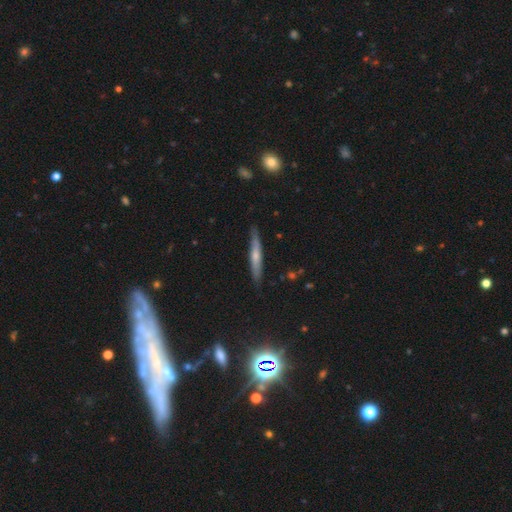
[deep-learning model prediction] A smooth galaxy with no disk features (47%, tied with featured or disk). Merging: none (84%).